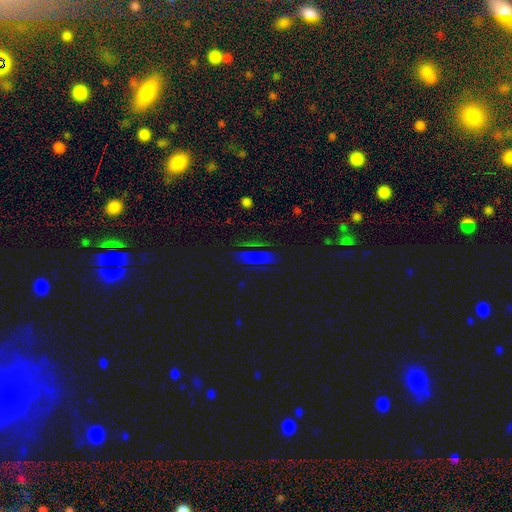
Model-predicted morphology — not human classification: Smooth or featured: smooth — 53% (star or artifact — 35%)
How rounded: in between — 80% (round — 11%)
Merging: none — 80% (minor disturbance — 14%)